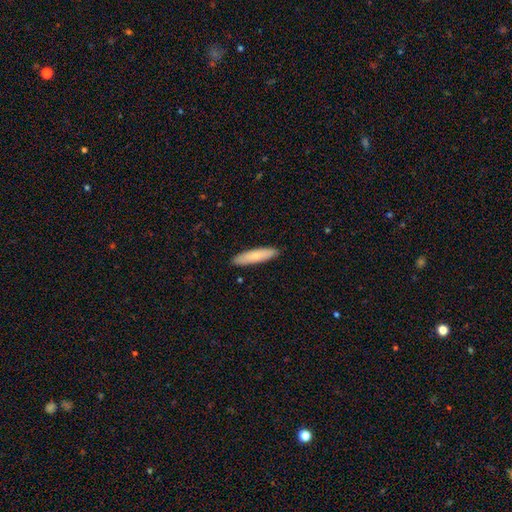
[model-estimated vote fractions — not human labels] Smooth or featured? smooth (77%)
How rounded? cigar-shaped (78%)
Merging? none (90%)